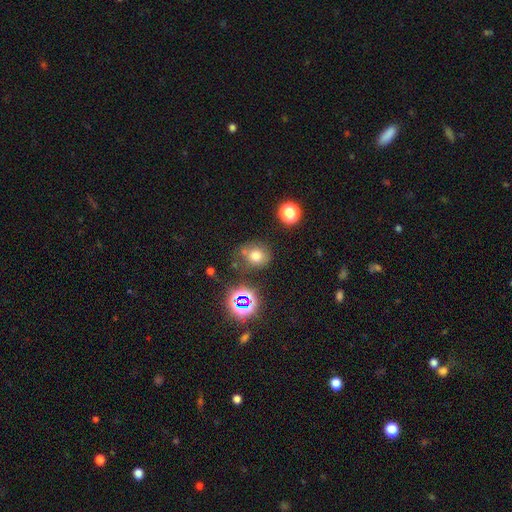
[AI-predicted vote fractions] Smooth or featured? smooth (70%)
How rounded? round (72%)
Merging? none (65%)